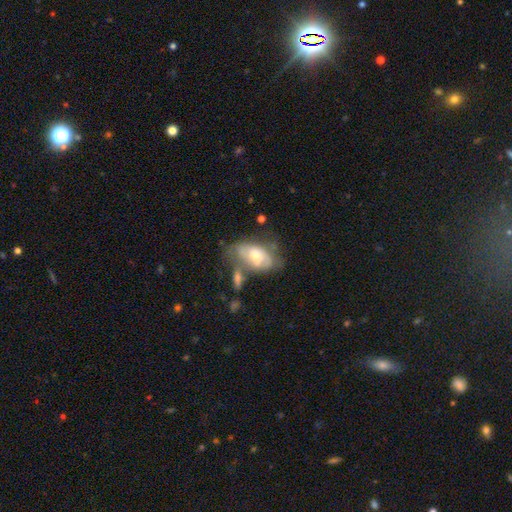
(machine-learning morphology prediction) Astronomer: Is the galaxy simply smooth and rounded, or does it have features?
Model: featured or disk — 47% (runner-up: smooth, 45%).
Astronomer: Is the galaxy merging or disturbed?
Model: none — 33% (runner-up: minor disturbance, 25%).